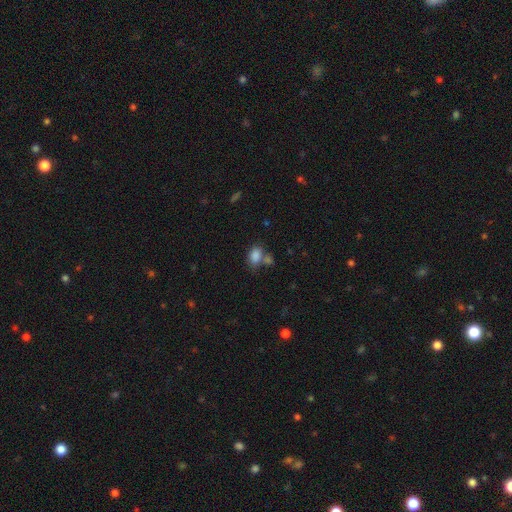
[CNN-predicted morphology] Smooth or featured? Predicted: smooth (p=0.84). How rounded? Predicted: in between (p=0.81). Merging? Predicted: none (p=0.47).